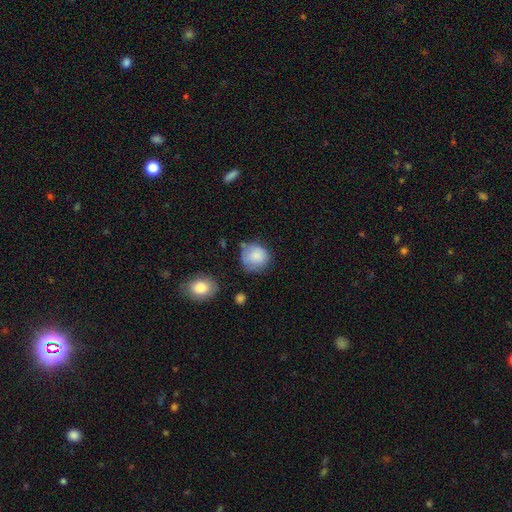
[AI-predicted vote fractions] Morphology: type=smooth (83%); roundness=round (86%); merging=none (59%).